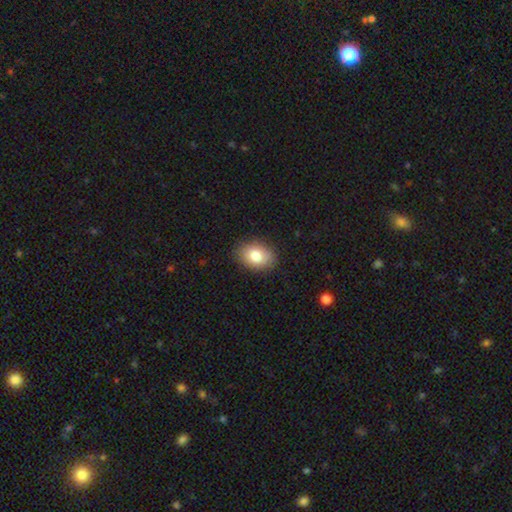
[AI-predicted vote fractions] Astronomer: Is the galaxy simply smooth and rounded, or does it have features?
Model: smooth — 81%.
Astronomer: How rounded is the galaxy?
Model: in between — 77%.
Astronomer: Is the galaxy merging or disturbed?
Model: none — 86%.